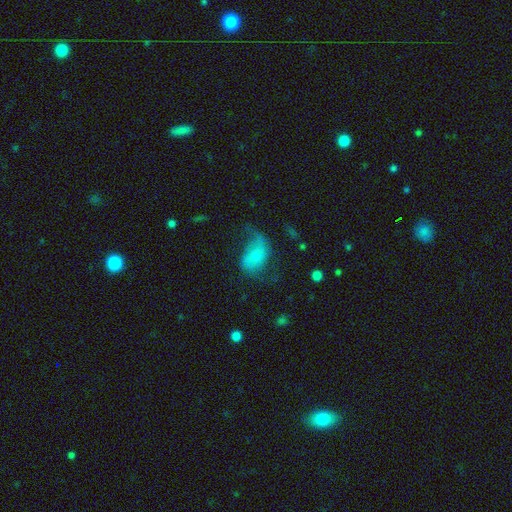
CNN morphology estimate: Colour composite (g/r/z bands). It shows a featured or disk galaxy (63%) with no bar (59%), 2 (84%) loose (67%) spiral arms (87%) and a small central bulge (58%). Merging: none (49%).